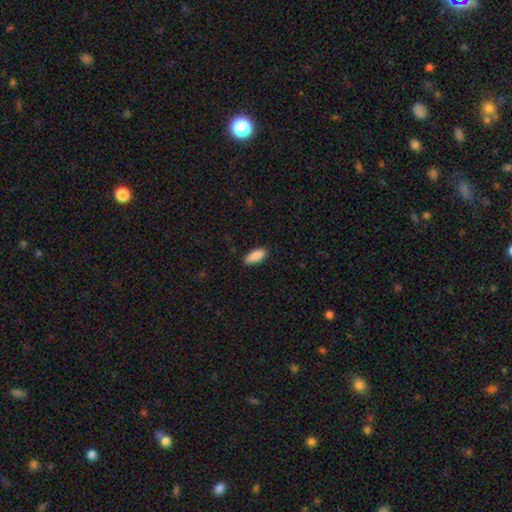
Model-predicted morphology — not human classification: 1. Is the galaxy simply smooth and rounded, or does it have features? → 90% smooth, 6% star or artifact, 4% featured or disk.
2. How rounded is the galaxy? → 81% in between, 17% cigar-shaped, 2% round.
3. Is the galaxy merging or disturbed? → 87% none, 10% minor disturbance, 2% major disturbance, 1% merger.